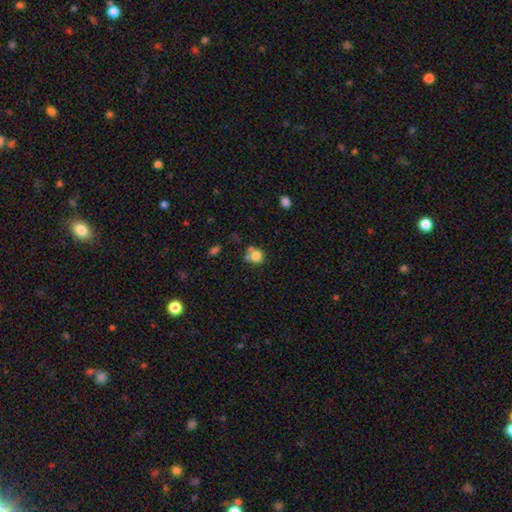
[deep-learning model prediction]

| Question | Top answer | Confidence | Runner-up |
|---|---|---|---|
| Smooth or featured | smooth | 77% | featured or disk (11%) |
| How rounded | round | 79% | in between (20%) |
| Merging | none | 49% | merger (26%) |